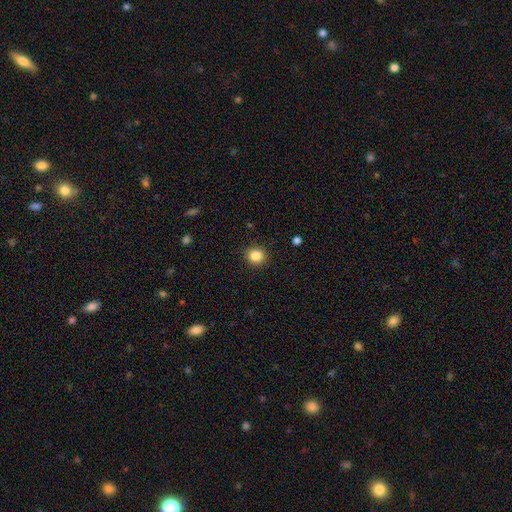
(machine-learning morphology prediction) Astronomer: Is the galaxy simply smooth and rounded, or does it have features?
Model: smooth — 86%.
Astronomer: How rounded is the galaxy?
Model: round — 89%.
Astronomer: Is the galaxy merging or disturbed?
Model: none — 91%.